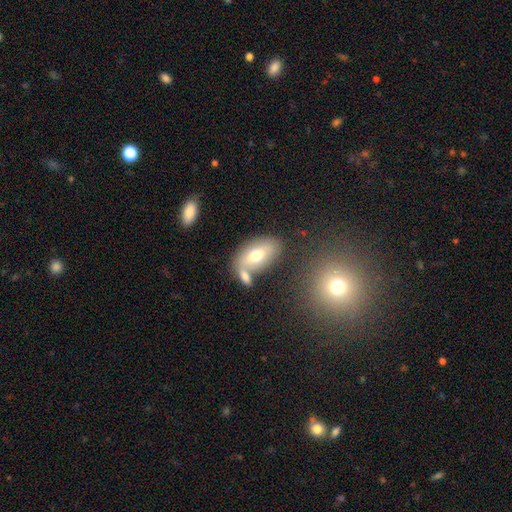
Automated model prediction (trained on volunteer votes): smooth_or_featured: smooth (p=0.64) [alt: featured or disk p=0.28]
how_rounded: in between (p=0.90) [alt: cigar-shaped p=0.05]
merging: none (p=0.55) [alt: merger p=0.25]